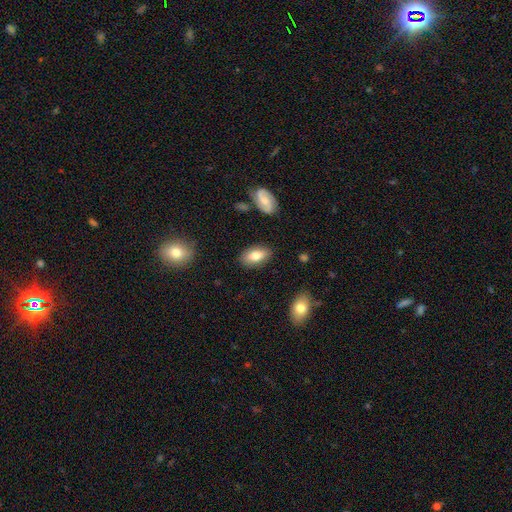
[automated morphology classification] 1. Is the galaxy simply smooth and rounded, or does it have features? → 76% smooth, 18% featured or disk, 7% star or artifact.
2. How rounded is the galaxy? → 92% in between, 4% round, 4% cigar-shaped.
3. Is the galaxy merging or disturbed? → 84% none, 11% minor disturbance, 2% major disturbance, 2% merger.